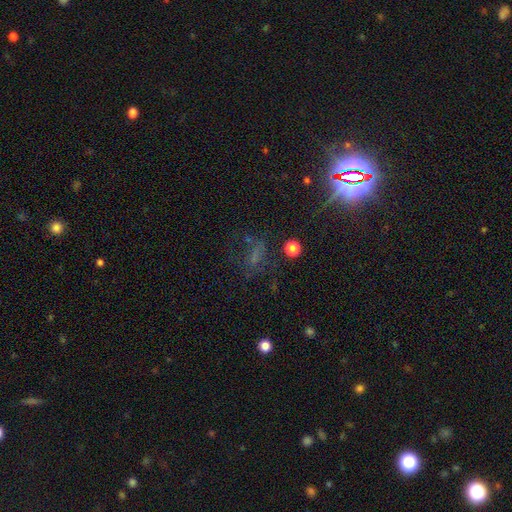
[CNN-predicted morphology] Smooth or featured? Predicted: star or artifact (p=0.44).